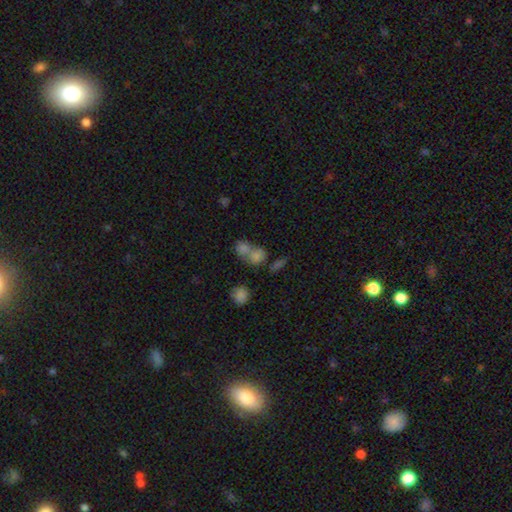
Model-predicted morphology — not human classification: This appears to be a smooth galaxy with no disk features (70%) that is round (54%). Merging: merger (58%).